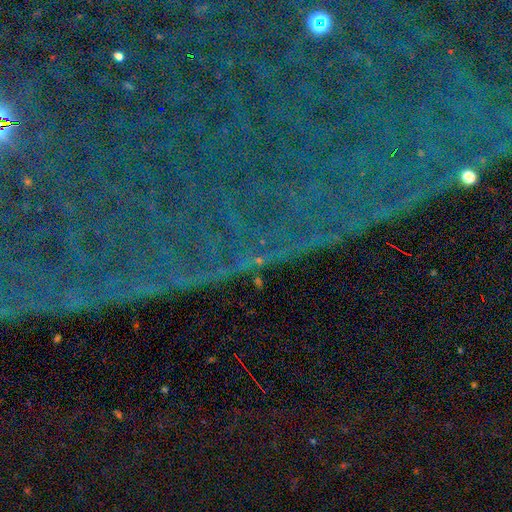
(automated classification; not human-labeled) Smooth or featured?
  - star or artifact: 85% *
  - featured or disk: 8%
  - smooth: 7%